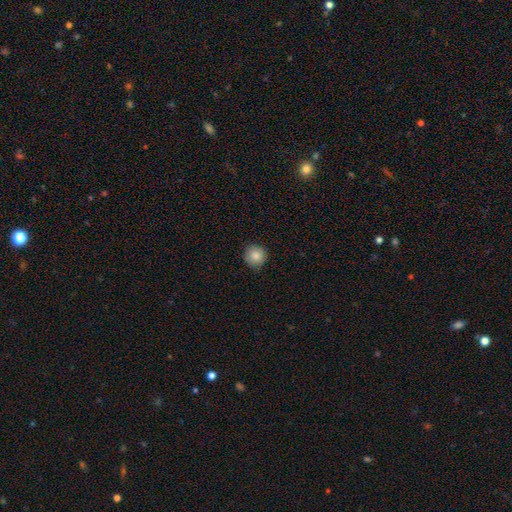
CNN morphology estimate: This appears to be a smooth galaxy with no disk features (85%) that is round (93%). Merging: none (88%).